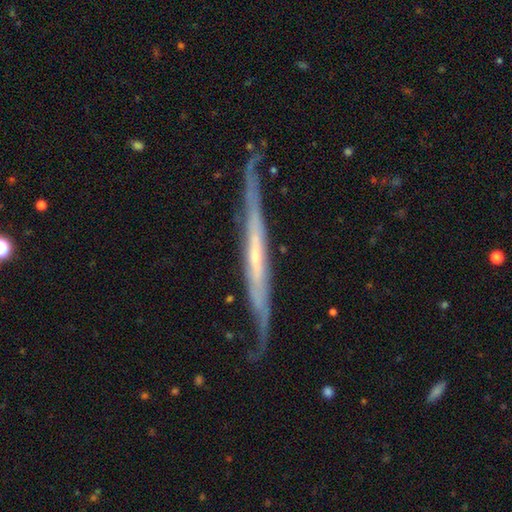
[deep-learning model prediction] A featured or disk galaxy (80%) viewed edge-on (87%) with no central bulge (69%). Merging: none (68%).